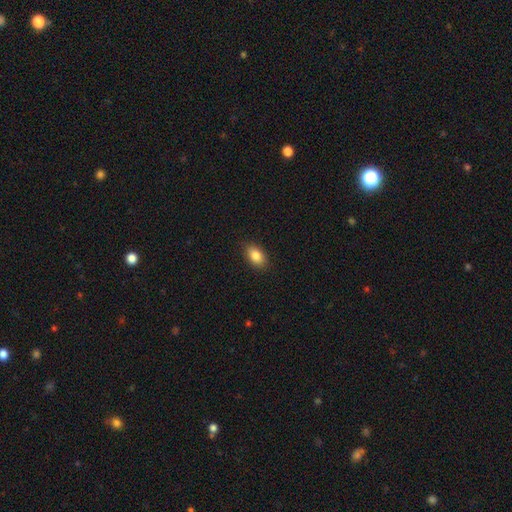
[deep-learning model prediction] Morphology: type=smooth (86%); roundness=in between (89%); merging=none (87%).